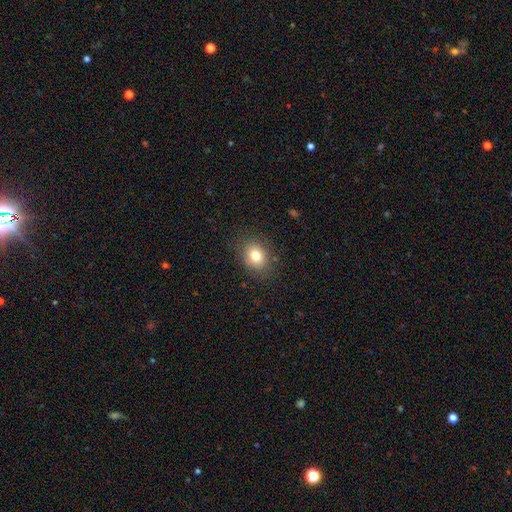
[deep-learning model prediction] The model was most divided on "how rounded": in between: 51%, round: 49%, cigar-shaped: 1%. More confident: merging — none (84%); smooth or featured — smooth (78%).